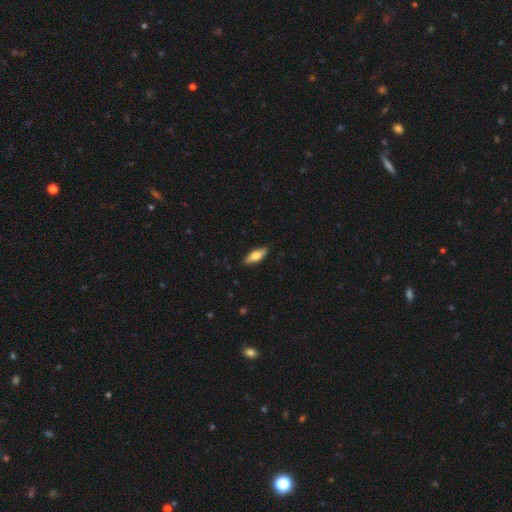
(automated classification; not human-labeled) The model was most divided on "how rounded": in between: 70%, cigar-shaped: 28%, round: 2%. More confident: merging — none (88%); smooth or featured — smooth (71%).